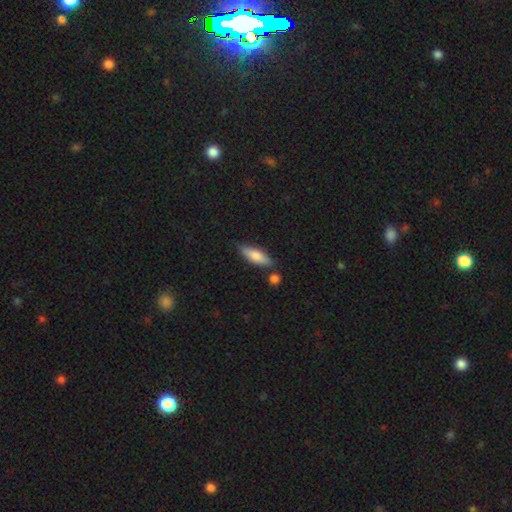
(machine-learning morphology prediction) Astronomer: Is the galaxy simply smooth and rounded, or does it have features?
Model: smooth — 74%.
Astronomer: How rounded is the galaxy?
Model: in between — 53% (runner-up: cigar-shaped, 45%).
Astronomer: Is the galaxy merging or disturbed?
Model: none — 75%.